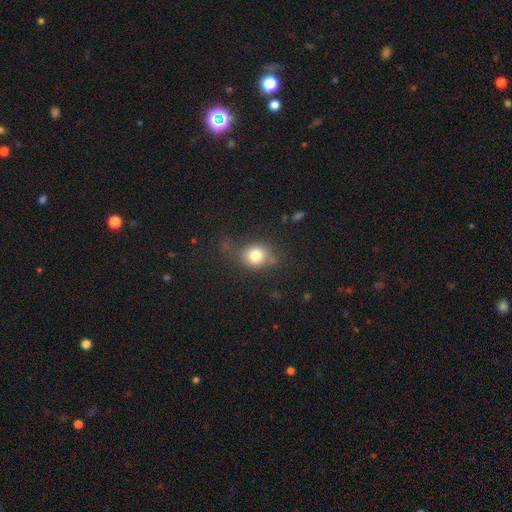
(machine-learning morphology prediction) Smooth or featured? Predicted: smooth (p=0.78). How rounded? Predicted: round (p=0.68). Merging? Predicted: none (p=0.66).